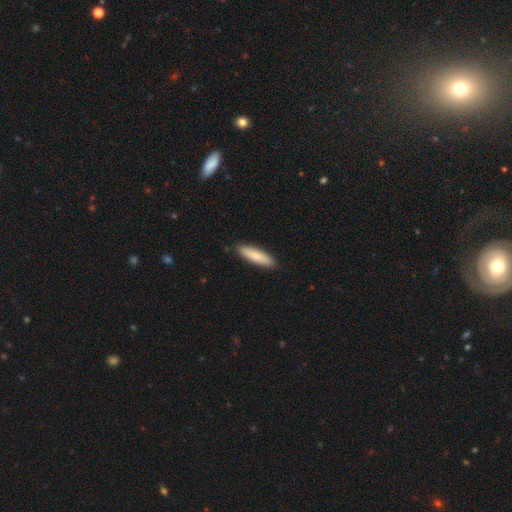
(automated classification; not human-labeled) The model was most divided on "how rounded": cigar-shaped: 74%, in between: 25%, round: 1%. More confident: merging — none (90%); smooth or featured — smooth (85%).